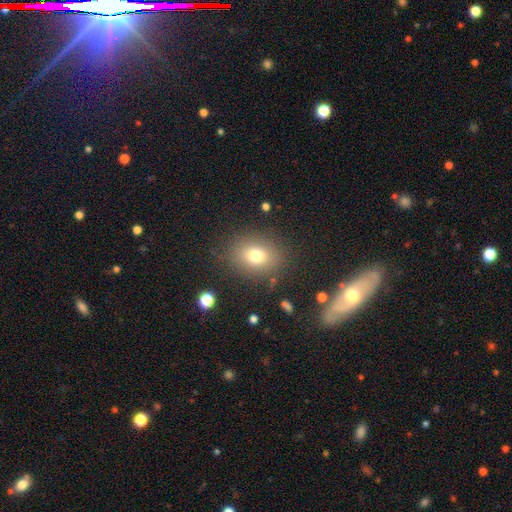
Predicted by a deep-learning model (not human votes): Overall: smooth (74%). How rounded: in between (50%; round 49%). Merging: none (84%).